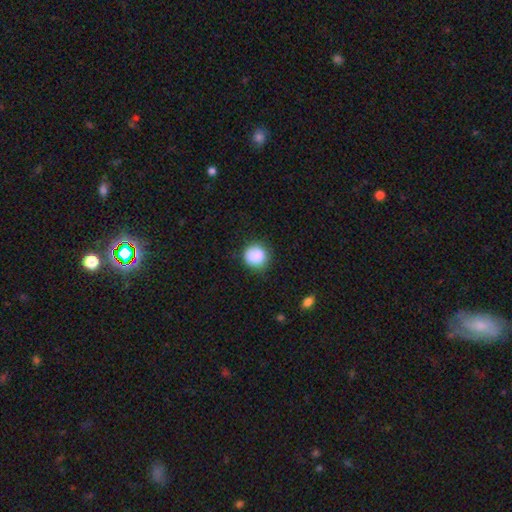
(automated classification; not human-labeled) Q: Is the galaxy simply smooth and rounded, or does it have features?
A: smooth — 87%.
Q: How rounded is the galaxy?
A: round — 92%.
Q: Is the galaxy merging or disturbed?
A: none — 80%.